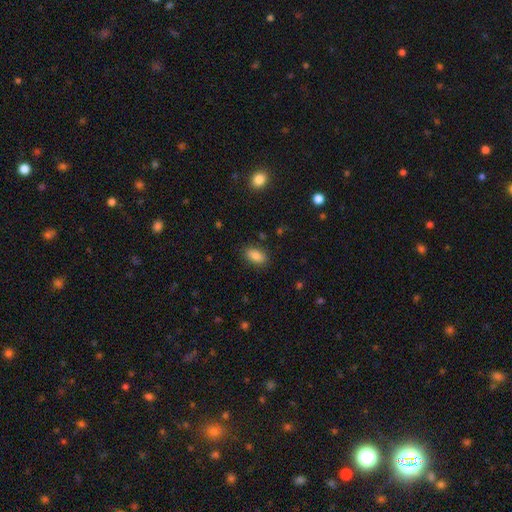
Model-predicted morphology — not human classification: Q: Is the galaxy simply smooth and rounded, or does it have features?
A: smooth — 83%.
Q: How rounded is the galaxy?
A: in between — 90%.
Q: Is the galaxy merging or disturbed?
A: none — 86%.